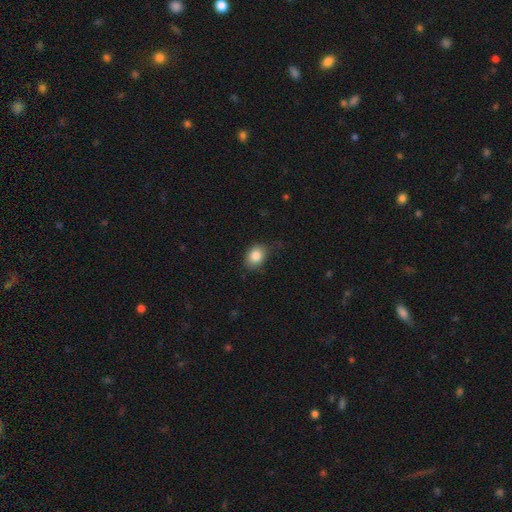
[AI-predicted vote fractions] This appears to be a smooth galaxy with no disk features (84%) that is in between round and cigar-shaped (58%). Merging: none (70%).